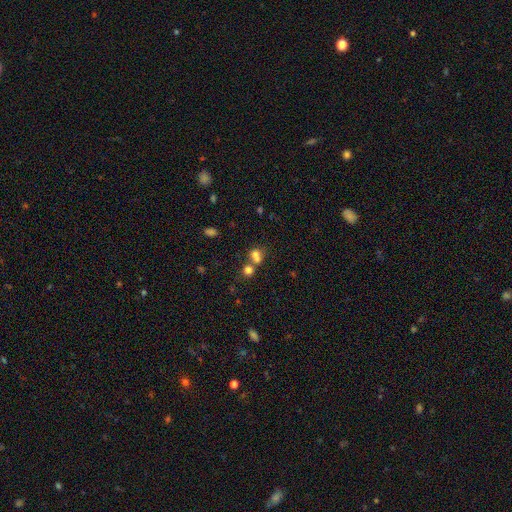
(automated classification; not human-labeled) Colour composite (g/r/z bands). It shows a smooth galaxy with no disk features (71%) that is round (66%). Merging: merger (57%).